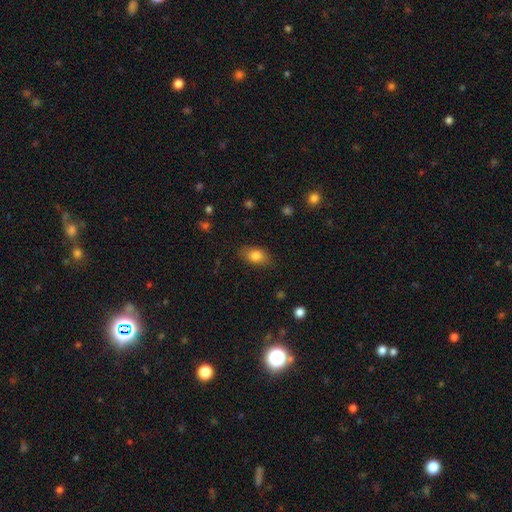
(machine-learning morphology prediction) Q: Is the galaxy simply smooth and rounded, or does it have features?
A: smooth — 82%.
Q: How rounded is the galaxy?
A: in between — 82%.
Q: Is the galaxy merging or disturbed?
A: none — 80%.